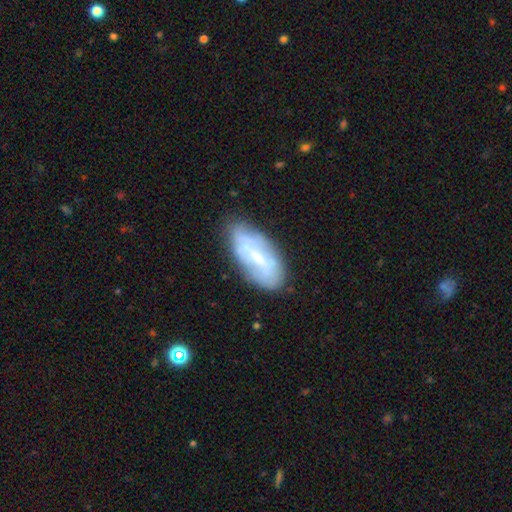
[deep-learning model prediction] featured or disk 47%, smooth 45%, star or artifact 7%. Down the decision tree: merging — none (67%).